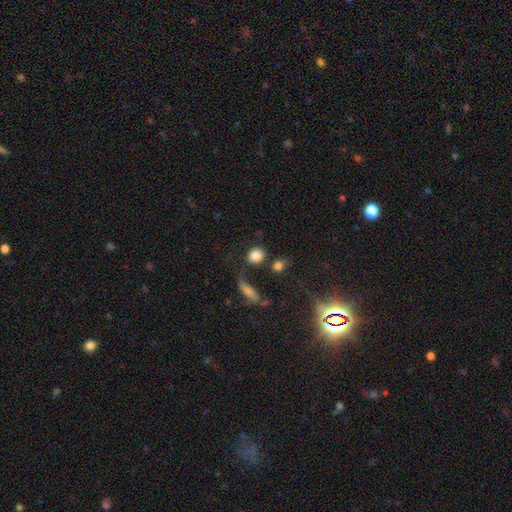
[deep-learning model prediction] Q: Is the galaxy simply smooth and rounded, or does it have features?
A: smooth — 82%.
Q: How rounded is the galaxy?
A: round — 71%.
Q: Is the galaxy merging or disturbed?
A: none — 58%.